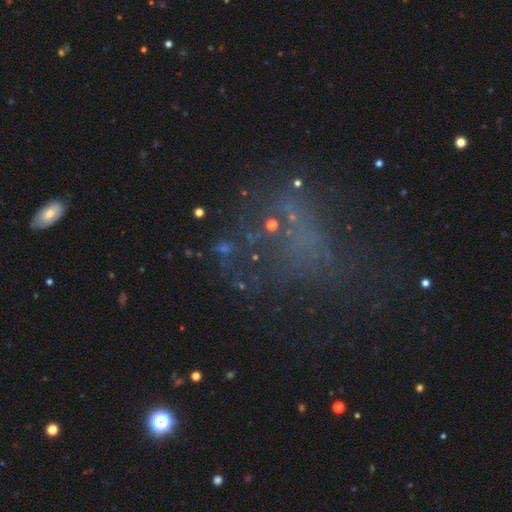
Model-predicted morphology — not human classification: smooth_or_featured: star or artifact (p=0.43) [alt: featured or disk p=0.32]